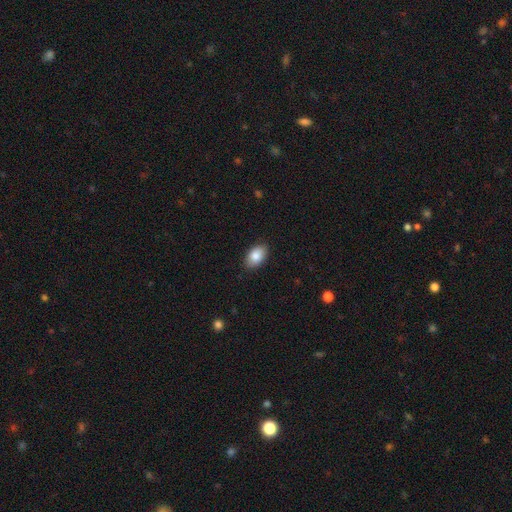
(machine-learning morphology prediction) smooth_or_featured: smooth (p=0.86) [alt: featured or disk p=0.07]
how_rounded: in between (p=0.91) [alt: round p=0.08]
merging: none (p=0.88) [alt: minor disturbance p=0.09]